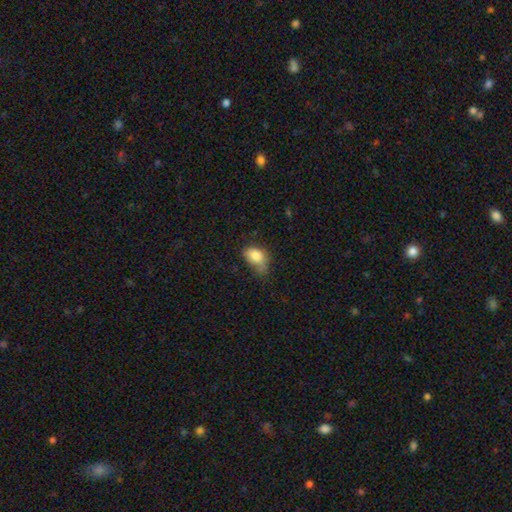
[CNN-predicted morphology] The model was most divided on "merging": minor disturbance: 39%, none: 34%, major disturbance: 21%, merger: 5%. More confident: how rounded — in between (83%); smooth or featured — smooth (81%).